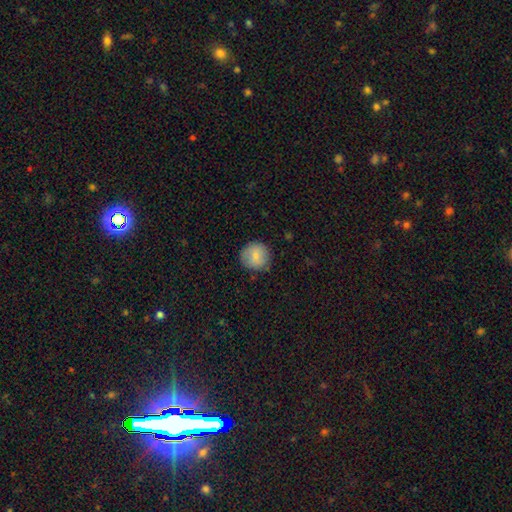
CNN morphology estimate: This appears to be a smooth galaxy with no disk features (82%) that is round (93%). Merging: none (85%).